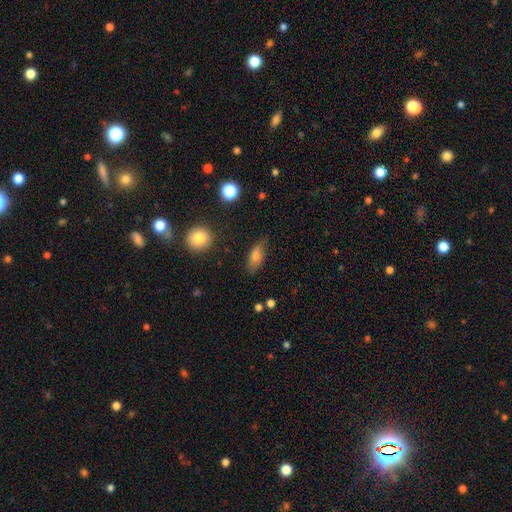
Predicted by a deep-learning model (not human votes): Smooth or featured? Predicted: smooth (p=0.70). How rounded? Predicted: in between (p=0.76). Merging? Predicted: none (p=0.76).